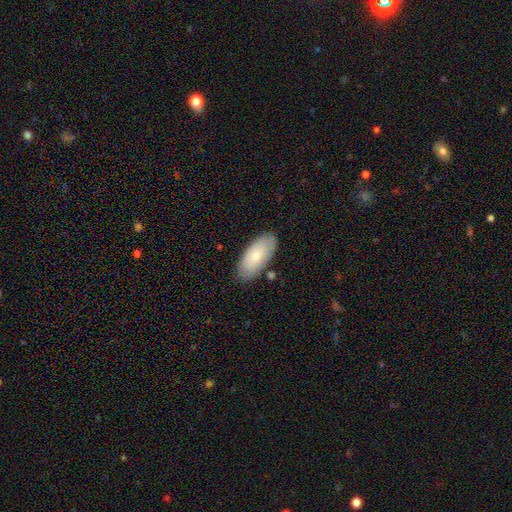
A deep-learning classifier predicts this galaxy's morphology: smooth-or-featured: smooth: 73% | featured or disk: 21% | star or artifact: 6%
  how-rounded: in between: 93% | cigar-shaped: 6% | round: 2%
  merging: none: 82% | minor disturbance: 13% | merger: 3% | major disturbance: 3%